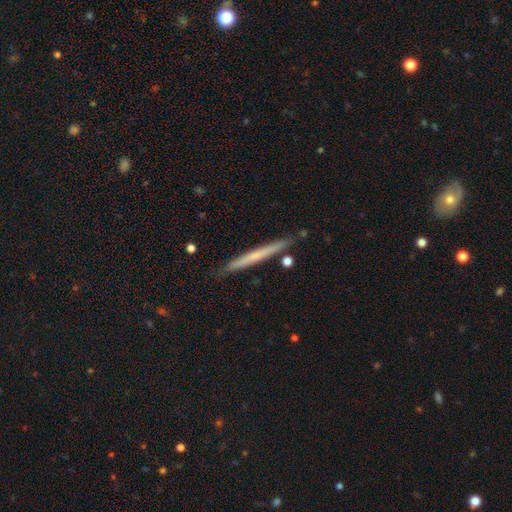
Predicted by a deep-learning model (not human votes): Smooth or featured?
  - smooth: 50% *
  - featured or disk: 44%
  - star or artifact: 6%
Merging?
  - none: 87% *
  - minor disturbance: 9%
  - merger: 2%
  - major disturbance: 2%